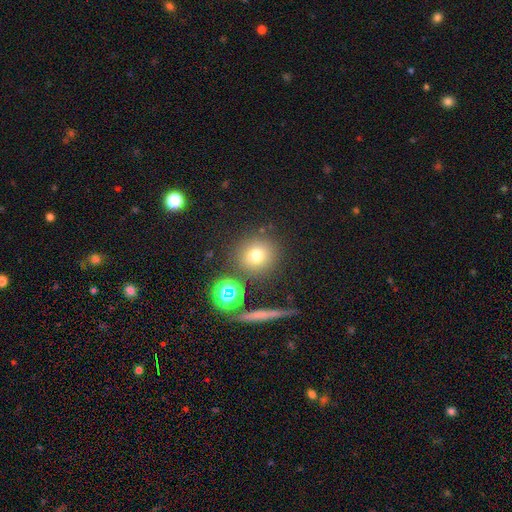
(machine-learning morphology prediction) Smooth or featured: smooth — 71% (star or artifact — 18%)
How rounded: round — 90% (in between — 8%)
Merging: none — 81% (minor disturbance — 8%)